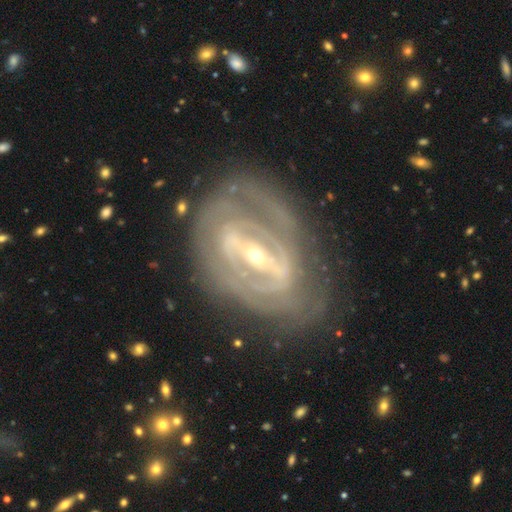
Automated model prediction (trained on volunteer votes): This appears to be a featured or disk galaxy (87%) with a strong bar (66%), tight (67%) spiral arms (81%) and a small central bulge (69%). Merging: none (72%).